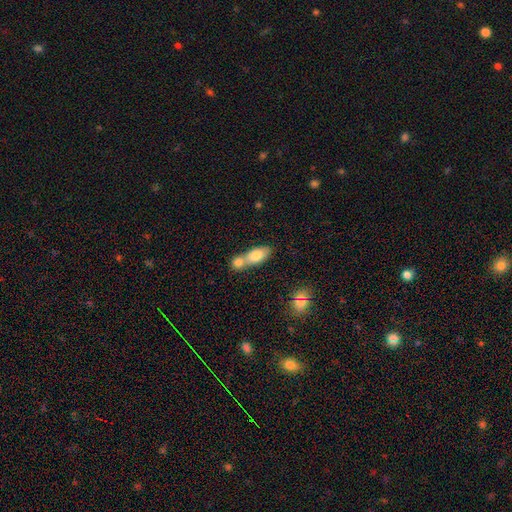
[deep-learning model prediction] Smooth or featured: smooth — 77% (featured or disk — 16%)
How rounded: in between — 78% (cigar-shaped — 12%)
Merging: merger — 61% (none — 28%)